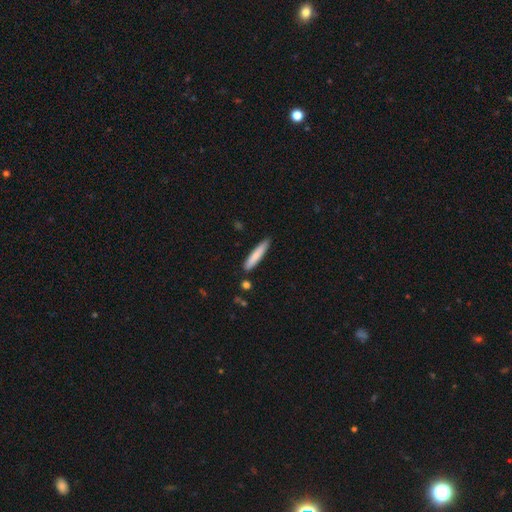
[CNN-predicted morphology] smooth 78%, featured or disk 16%, star or artifact 5%. Down the decision tree: how rounded — cigar-shaped (90%); merging — none (86%).